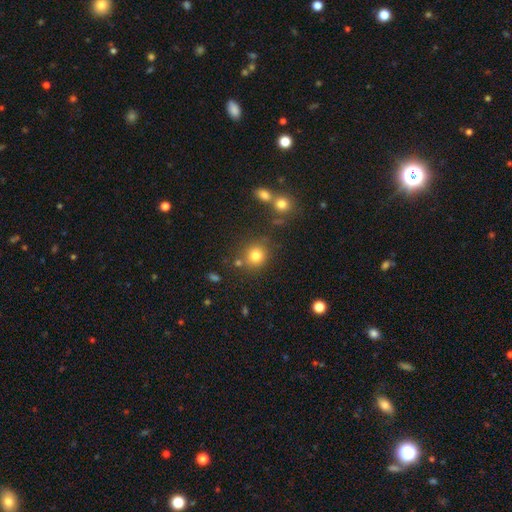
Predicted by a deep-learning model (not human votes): A smooth galaxy with no disk features (79%) that is round (88%). Merging: none (76%).